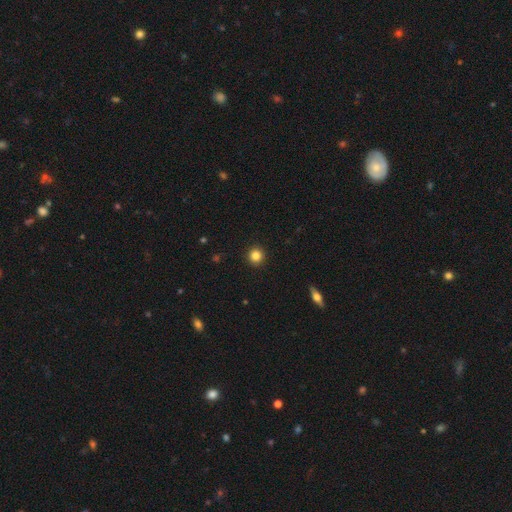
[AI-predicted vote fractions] smooth_or_featured: smooth (p=0.84) [alt: star or artifact p=0.11]
how_rounded: round (p=0.94) [alt: in between p=0.05]
merging: none (p=0.93) [alt: minor disturbance p=0.04]